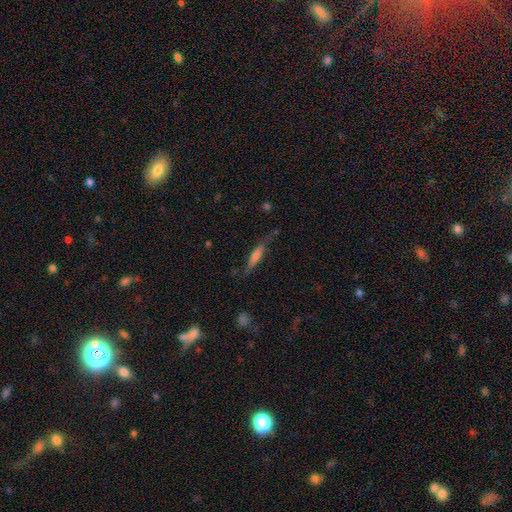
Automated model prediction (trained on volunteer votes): smooth_or_featured: featured or disk (p=0.50) [alt: smooth p=0.38]
merging: none (p=0.69) [alt: minor disturbance p=0.21]